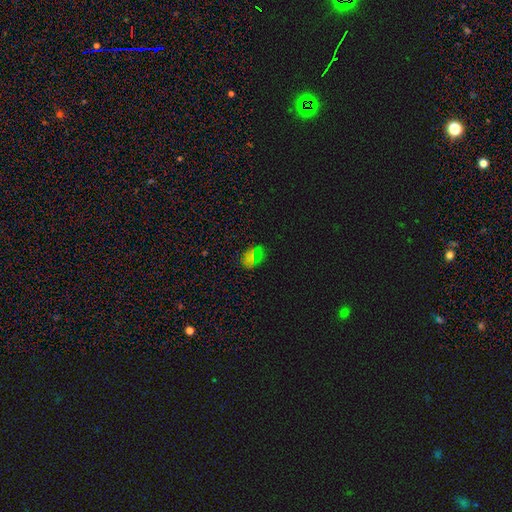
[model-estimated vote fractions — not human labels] smooth-or-featured: smooth: 57% | star or artifact: 36% | featured or disk: 7%
  how-rounded: in between: 82% | round: 16% | cigar-shaped: 2%
  merging: none: 81% | minor disturbance: 13% | major disturbance: 4% | merger: 2%